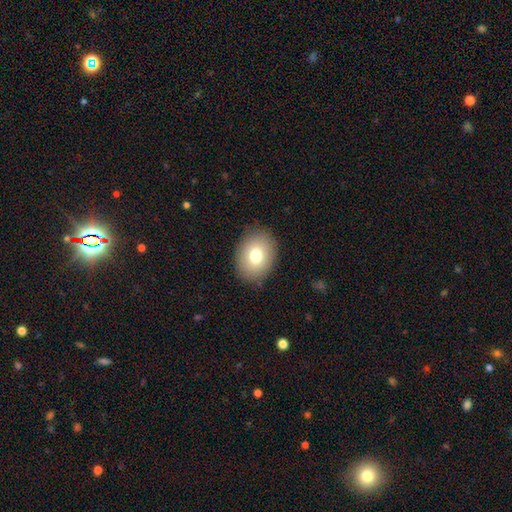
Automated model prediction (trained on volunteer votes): Smooth or featured?
  - smooth: 76% *
  - featured or disk: 15%
  - star or artifact: 9%
How rounded?
  - in between: 64% *
  - round: 35%
  - cigar-shaped: 1%
Merging?
  - none: 86% *
  - minor disturbance: 10%
  - major disturbance: 3%
  - merger: 1%